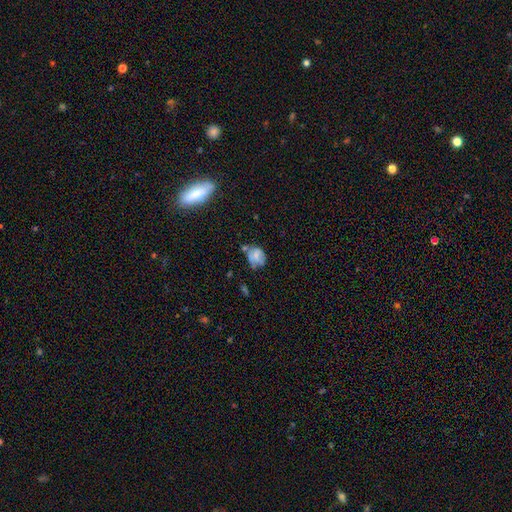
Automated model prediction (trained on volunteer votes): Morphology: type=smooth (55%); roundness=in between (49%, tied with round); merging=none (48%).